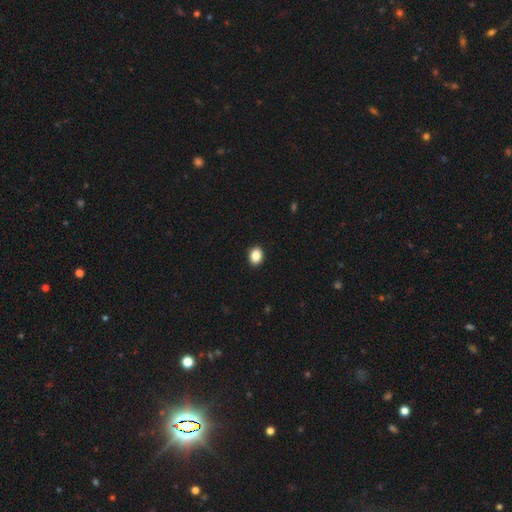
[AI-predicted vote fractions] This appears to be a smooth galaxy with no disk features (87%) that is in between round and cigar-shaped (62%). Merging: none (92%).